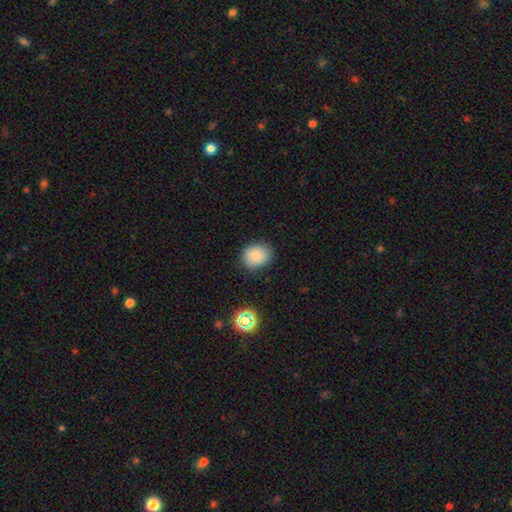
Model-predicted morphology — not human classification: Overall: smooth (82%). How rounded: round (55%; in between 45%). Merging: none (84%).